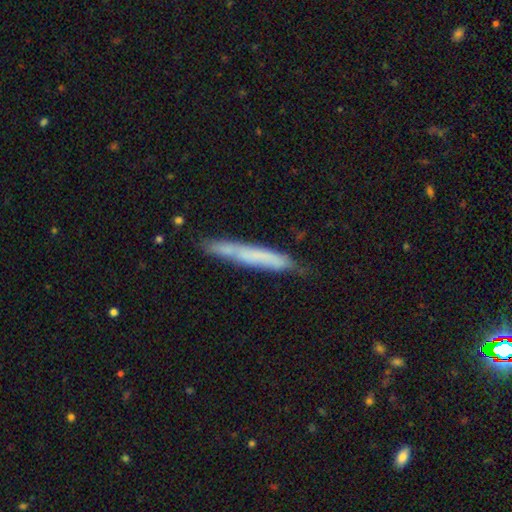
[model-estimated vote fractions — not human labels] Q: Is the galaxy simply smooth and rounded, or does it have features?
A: smooth — 56%.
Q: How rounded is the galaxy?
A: cigar-shaped — 94%.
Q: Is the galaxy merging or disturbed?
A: none — 68%.